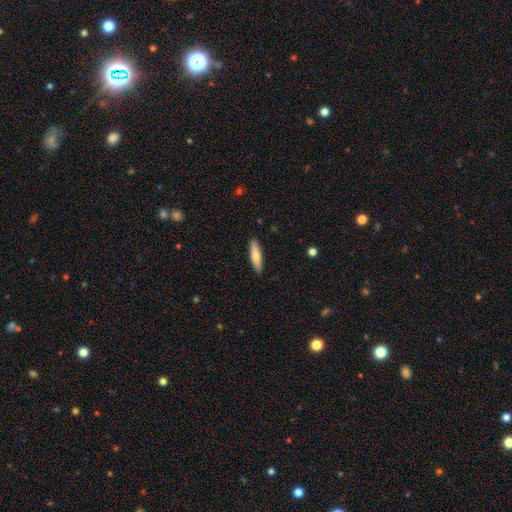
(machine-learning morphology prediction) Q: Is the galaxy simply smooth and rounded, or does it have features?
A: smooth — 72%.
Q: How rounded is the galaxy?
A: cigar-shaped — 69%.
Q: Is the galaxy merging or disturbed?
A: none — 89%.